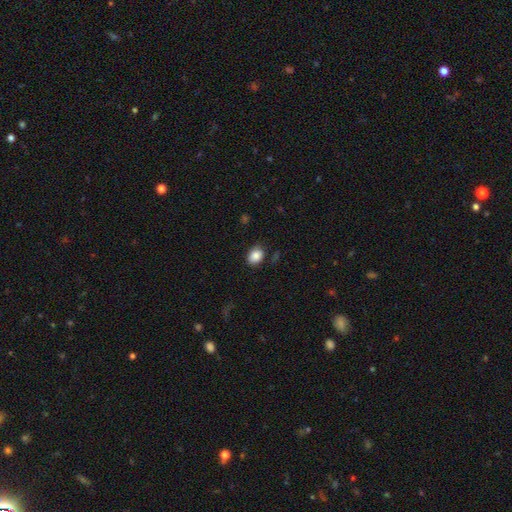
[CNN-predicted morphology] The model was most divided on "how rounded": in between: 67%, round: 32%, cigar-shaped: 1%. More confident: smooth or featured — smooth (87%); merging — none (81%).